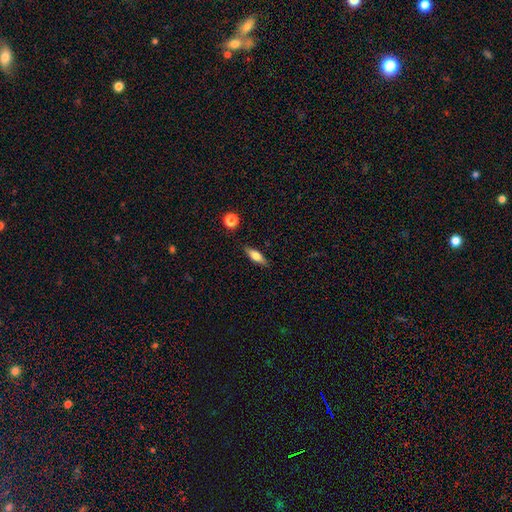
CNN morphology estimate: The model was most divided on "how rounded": in between: 55%, cigar-shaped: 41%, round: 4%. More confident: merging — none (85%); smooth or featured — smooth (66%).